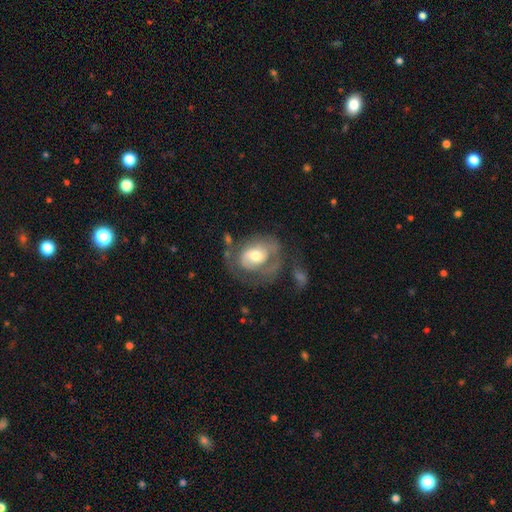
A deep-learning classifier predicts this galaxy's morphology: smooth_or_featured: featured or disk (p=0.59) [alt: smooth p=0.34]
disk_edge_on: no (p=0.96) [alt: yes p=0.04]
bar: no (p=0.64) [alt: weak p=0.27]
has_spiral_arms: yes (p=0.59) [alt: no p=0.41]
bulge_size: moderate (p=0.67) [alt: small p=0.17]
merging: none (p=0.41) [alt: major disturbance p=0.28]